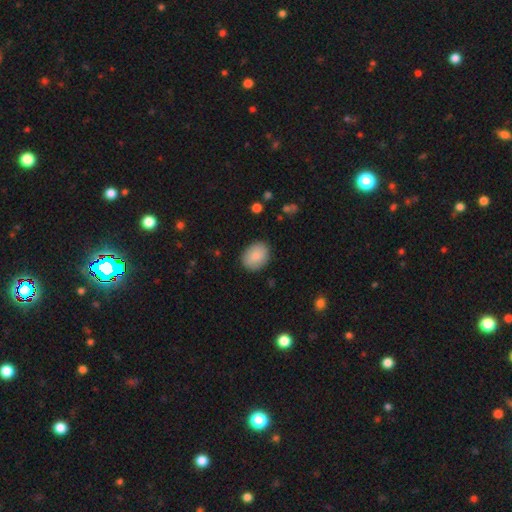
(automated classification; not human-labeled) Q: Smooth or featured?
A: smooth (86%); runner-up: featured or disk (7%)
Q: How rounded?
A: in between (64%); runner-up: round (35%)
Q: Merging?
A: none (86%); runner-up: minor disturbance (10%)